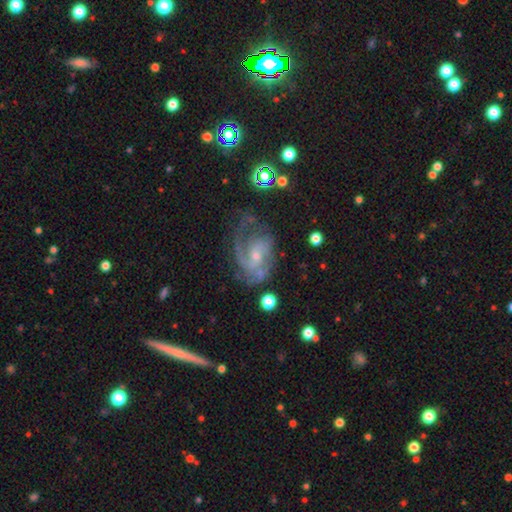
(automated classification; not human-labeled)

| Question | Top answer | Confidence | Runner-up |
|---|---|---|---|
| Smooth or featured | featured or disk | 83% | smooth (9%) |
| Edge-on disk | no | 97% | yes (3%) |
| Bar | no | 54% | weak (38%) |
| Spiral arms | yes | 93% | no (7%) |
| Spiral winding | medium | 47% | tight (35%) |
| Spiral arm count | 2 | 40% | can't tell (24%) |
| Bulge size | small | 66% | moderate (27%) |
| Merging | none | 49% | major disturbance (25%) |